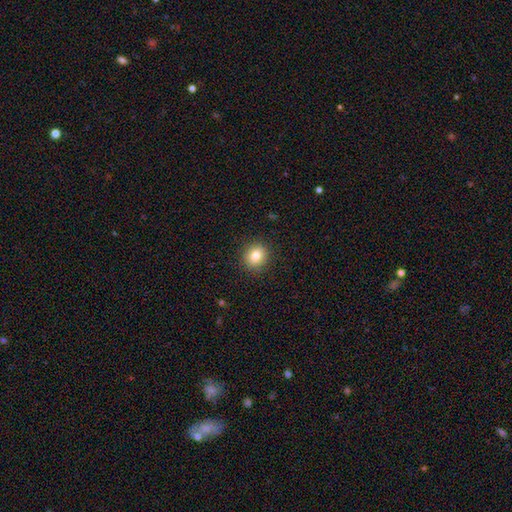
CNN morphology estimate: Overall: smooth (82%). How rounded: round (84%). Merging: none (90%).